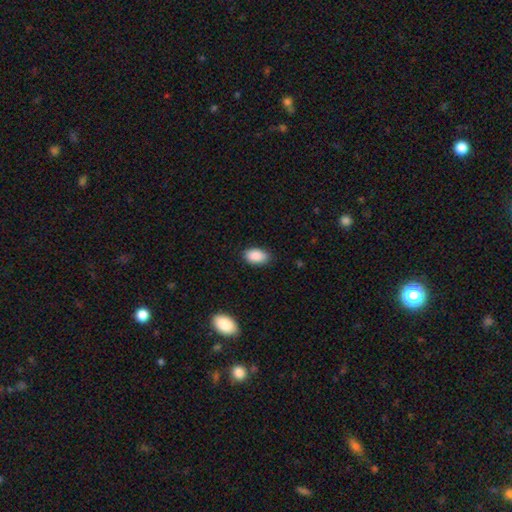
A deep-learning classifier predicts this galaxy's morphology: type=smooth (89%); roundness=in between (91%); merging=none (84%).